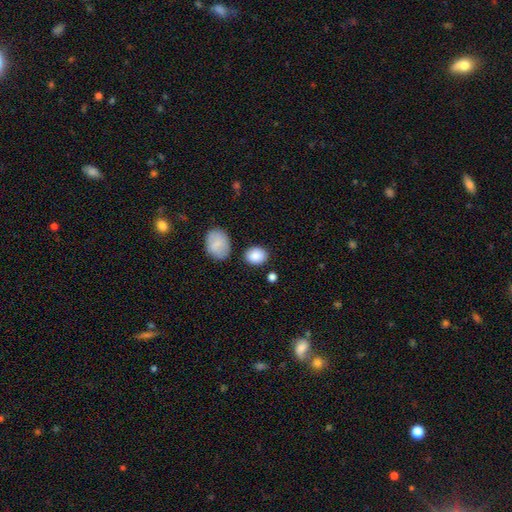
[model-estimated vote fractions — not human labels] The model was most divided on "how rounded": in between: 50%, round: 49%, cigar-shaped: 1%. More confident: smooth or featured — smooth (87%); merging — none (80%).